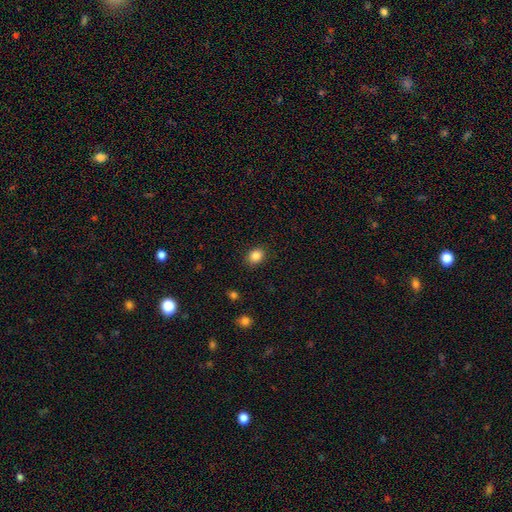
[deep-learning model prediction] smooth-or-featured: smooth: 86% | star or artifact: 10% | featured or disk: 4%
  how-rounded: round: 51% | in between: 49% | cigar-shaped: 1%
  merging: none: 88% | minor disturbance: 8% | major disturbance: 2% | merger: 1%